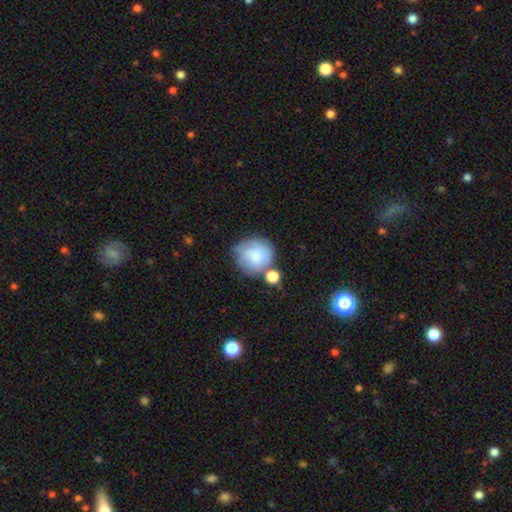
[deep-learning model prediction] smooth 65%, featured or disk 27%, star or artifact 9%. Down the decision tree: how rounded — round (83%); merging — none (50%).